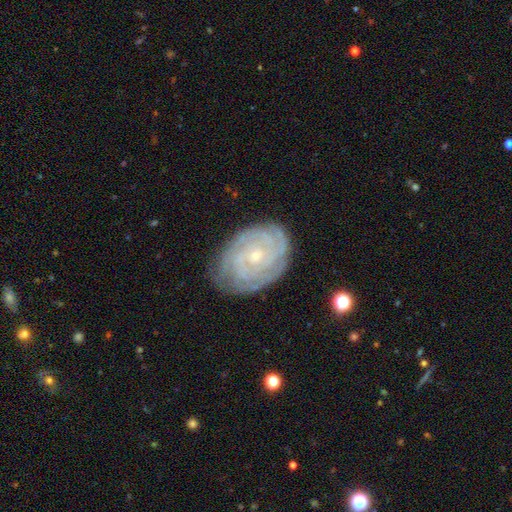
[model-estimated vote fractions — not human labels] smooth_or_featured: featured or disk (p=0.84) [alt: smooth p=0.09]
disk_edge_on: no (p=0.97) [alt: yes p=0.03]
bar: no (p=0.73) [alt: weak p=0.22]
has_spiral_arms: yes (p=0.97) [alt: no p=0.03]
spiral_winding: tight (p=0.81) [alt: medium p=0.16]
spiral_arm_count: can't tell (p=0.30) [alt: 4 p=0.22]
bulge_size: small (p=0.76) [alt: moderate p=0.21]
merging: none (p=0.79) [alt: minor disturbance p=0.16]